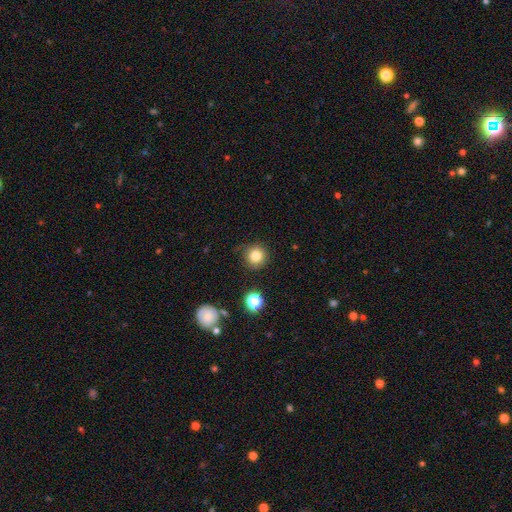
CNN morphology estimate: smooth_or_featured: smooth (p=0.80) [alt: star or artifact p=0.13]
how_rounded: round (p=0.93) [alt: in between p=0.06]
merging: none (p=0.83) [alt: minor disturbance p=0.12]